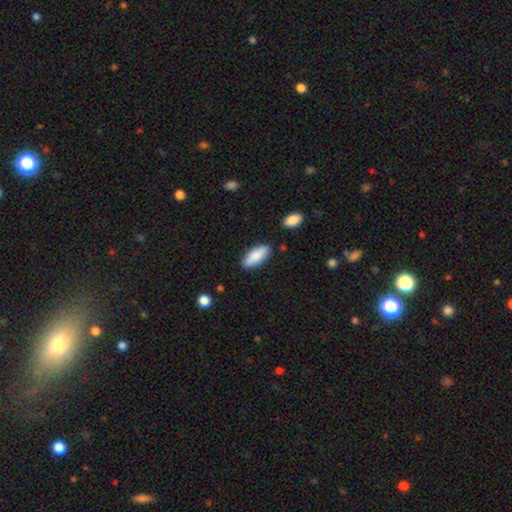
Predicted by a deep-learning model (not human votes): A smooth galaxy with no disk features (83%) that is in between round and cigar-shaped (74%). Merging: none (83%).